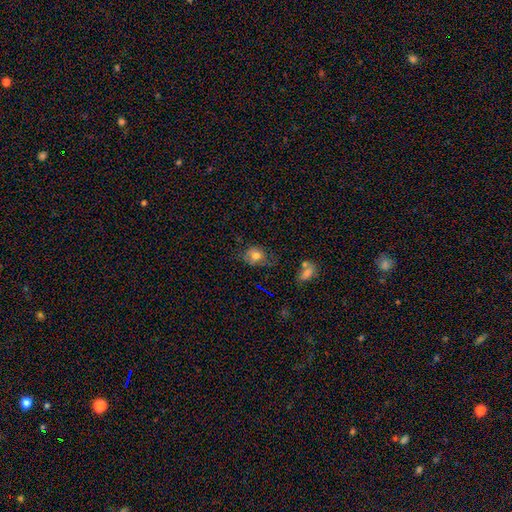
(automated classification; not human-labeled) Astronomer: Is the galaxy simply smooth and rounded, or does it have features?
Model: smooth — 74%.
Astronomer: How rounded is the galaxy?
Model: round — 52% (runner-up: in between, 46%).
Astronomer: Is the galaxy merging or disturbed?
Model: none — 56%.